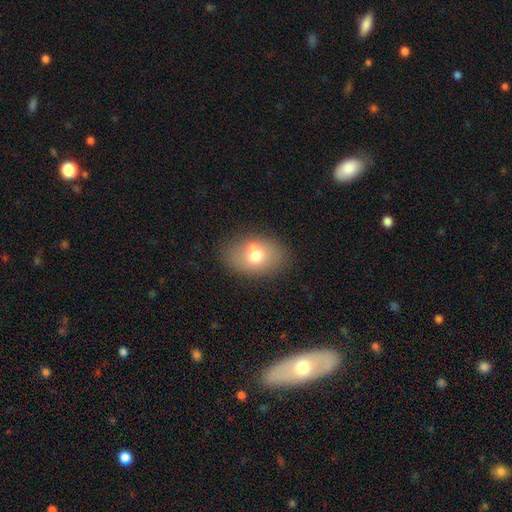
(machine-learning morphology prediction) Smooth or featured? Predicted: smooth (p=0.64). How rounded? Predicted: in between (p=0.71). Merging? Predicted: none (p=0.54).